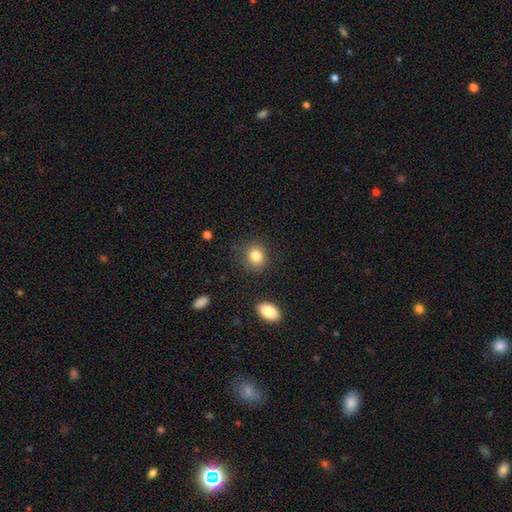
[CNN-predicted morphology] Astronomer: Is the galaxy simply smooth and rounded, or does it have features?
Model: smooth — 84%.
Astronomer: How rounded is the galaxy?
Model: round — 73%.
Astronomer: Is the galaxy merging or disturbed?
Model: none — 82%.